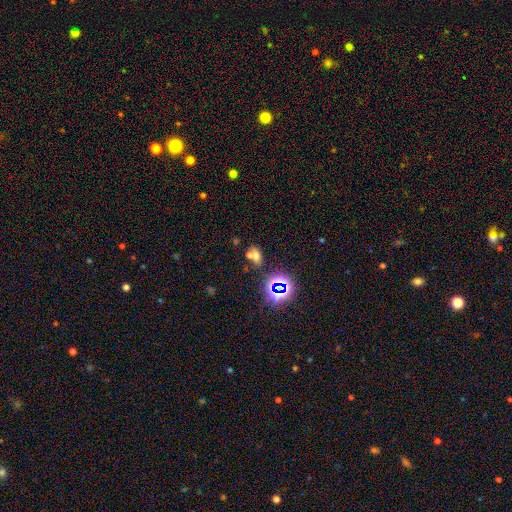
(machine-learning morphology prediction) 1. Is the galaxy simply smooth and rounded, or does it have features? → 51% smooth, 32% star or artifact, 17% featured or disk.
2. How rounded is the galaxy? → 63% in between, 33% round, 4% cigar-shaped.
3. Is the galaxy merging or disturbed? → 44% merger, 41% none, 10% minor disturbance, 6% major disturbance.